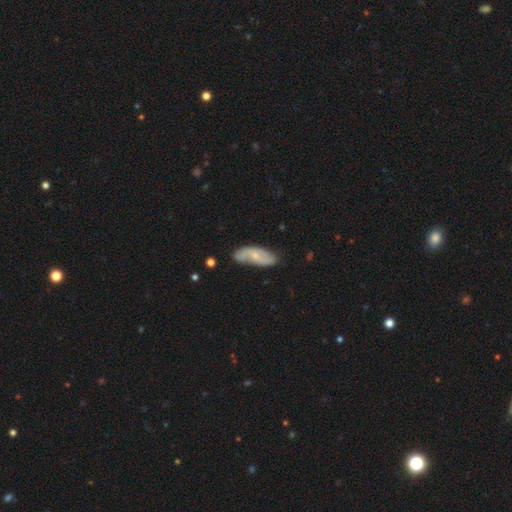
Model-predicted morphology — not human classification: A featured or disk galaxy (60%) with no bar (57%), spiral arms (84%) and a small central bulge (65%).

Vote fractions:
- Smooth or featured? featured or disk: 60% / smooth: 34% / star or artifact: 6%
- Edge-on disk? no: 89% / yes: 11%
- Bar? no: 57% / weak: 34% / strong: 9%
- Spiral arms? yes: 84% / no: 16%
- Bulge size? small: 65% / moderate: 27% / none: 5% / large: 1% / dominant: 1%
- Merging? none: 66% / minor disturbance: 25% / major disturbance: 6% / merger: 3%